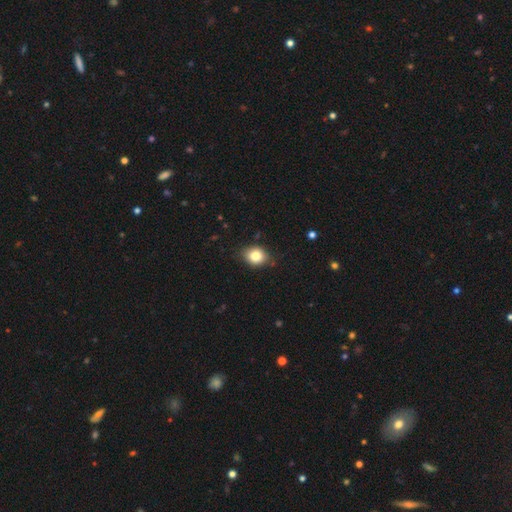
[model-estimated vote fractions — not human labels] Smooth or featured: smooth — 81% (star or artifact — 10%)
How rounded: round — 50% (in between — 49%)
Merging: none — 79% (minor disturbance — 16%)